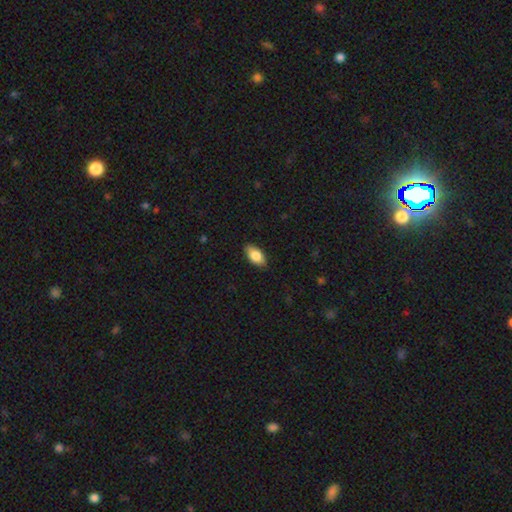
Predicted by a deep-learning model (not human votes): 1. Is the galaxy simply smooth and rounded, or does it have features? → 85% smooth, 9% featured or disk, 7% star or artifact.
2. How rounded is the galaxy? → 92% in between, 4% cigar-shaped, 4% round.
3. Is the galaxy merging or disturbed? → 85% none, 12% minor disturbance, 2% major disturbance, 1% merger.